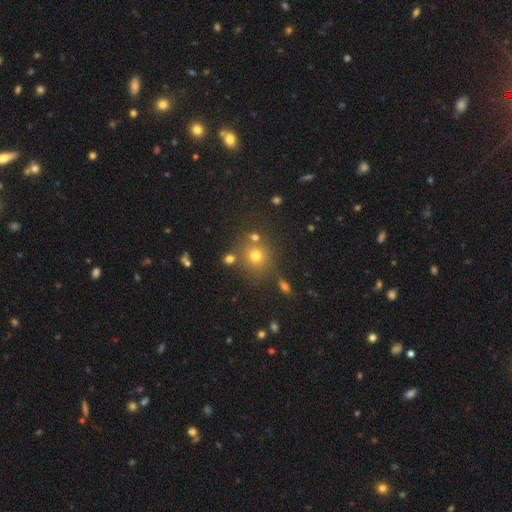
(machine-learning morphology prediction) Smooth or featured: smooth — 71% (star or artifact — 19%)
How rounded: round — 86% (in between — 13%)
Merging: none — 74% (merger — 12%)